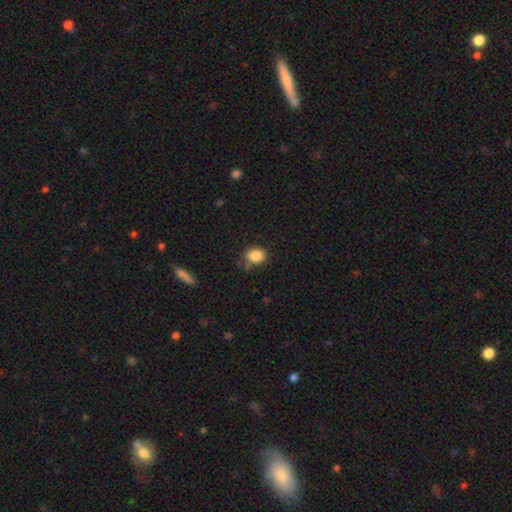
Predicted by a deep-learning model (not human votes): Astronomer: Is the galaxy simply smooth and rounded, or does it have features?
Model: smooth — 86%.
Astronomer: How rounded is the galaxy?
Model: in between — 53% (runner-up: round, 46%).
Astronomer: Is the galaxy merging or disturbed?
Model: none — 68%.